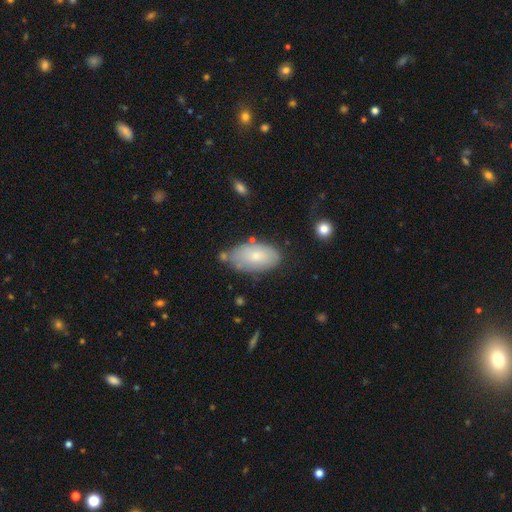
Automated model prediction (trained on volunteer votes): This is likely a smooth galaxy (69%). How rounded: clearly in between (94%). Merging: likely none (68%).